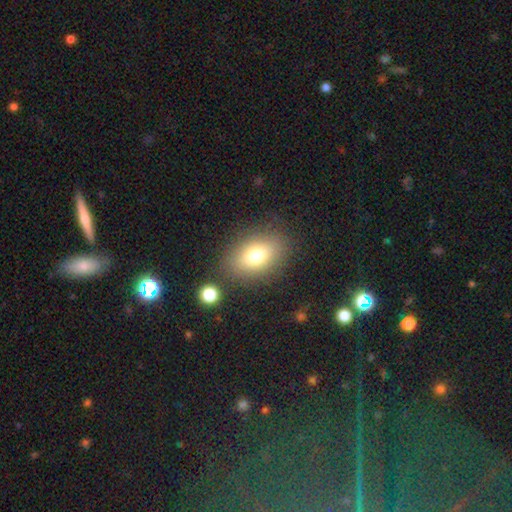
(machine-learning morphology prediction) smooth 75%, featured or disk 13%, star or artifact 12%. Down the decision tree: how rounded — in between (78%); merging — none (81%).